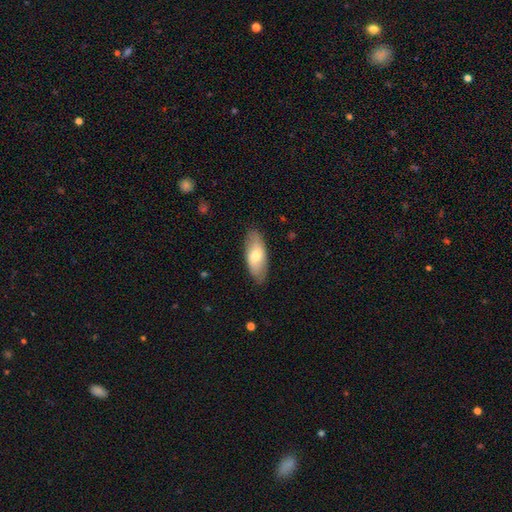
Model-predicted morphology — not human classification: Q: Smooth or featured?
A: smooth (66%); runner-up: featured or disk (29%)
Q: How rounded?
A: in between (84%); runner-up: cigar-shaped (14%)
Q: Merging?
A: none (85%); runner-up: minor disturbance (12%)